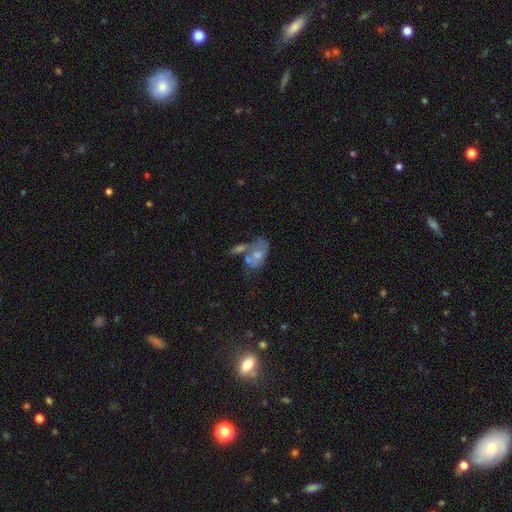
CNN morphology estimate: Smooth or featured: smooth — 50% (featured or disk — 41%)
Merging: merger — 41% (none — 25%)